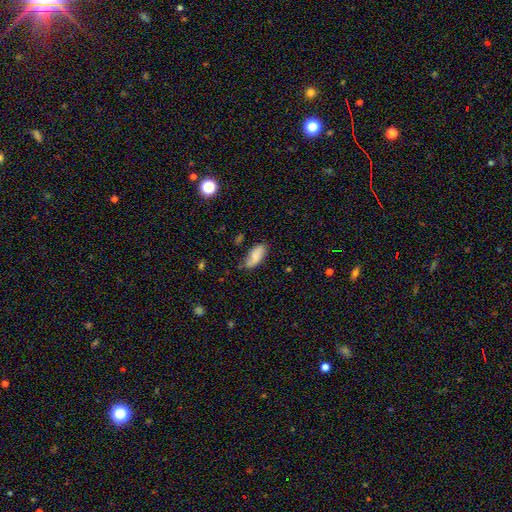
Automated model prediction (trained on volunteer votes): Smooth or featured? smooth (73%)
How rounded? in between (87%)
Merging? none (67%)